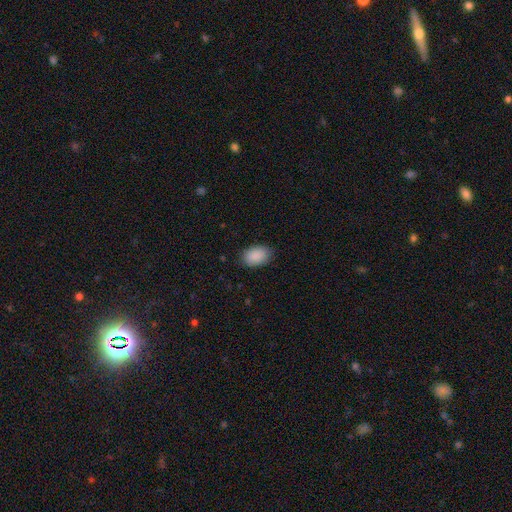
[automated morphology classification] smooth_or_featured: smooth (p=0.90) [alt: star or artifact p=0.07]
how_rounded: in between (p=0.88) [alt: round p=0.11]
merging: none (p=0.84) [alt: minor disturbance p=0.12]